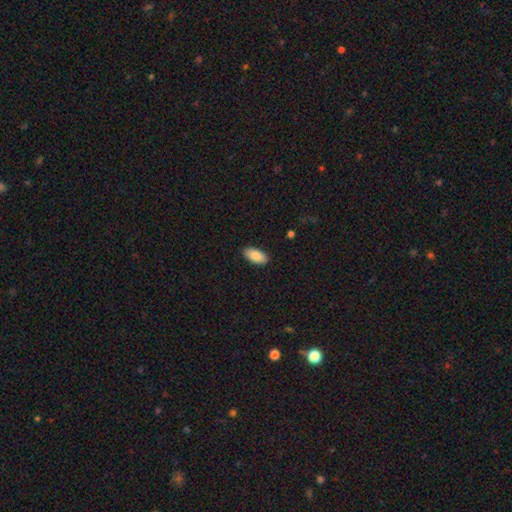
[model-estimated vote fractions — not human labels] This appears to be a smooth galaxy with no disk features (87%) that is in between round and cigar-shaped (93%). Merging: none (90%).